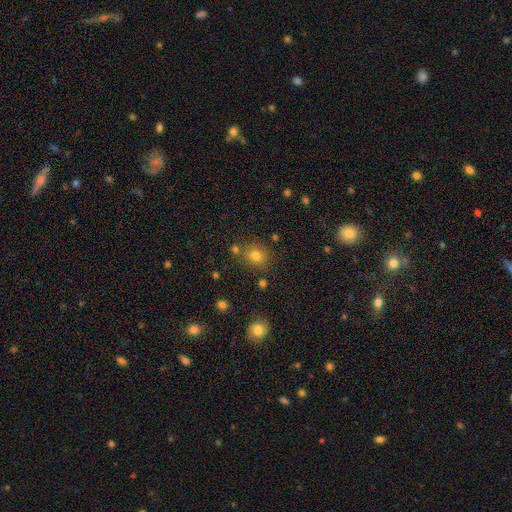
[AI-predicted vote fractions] Overall: smooth (76%). How rounded: round (75%). Merging: none (74%).